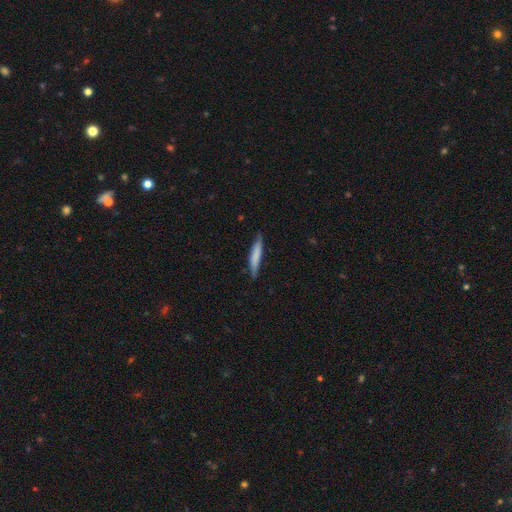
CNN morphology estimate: type=smooth (74%); roundness=cigar-shaped (90%); merging=none (78%).